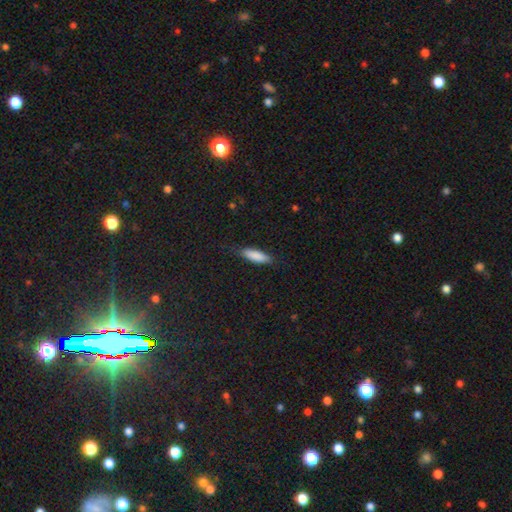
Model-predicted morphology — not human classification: Q: Smooth or featured?
A: smooth (85%); runner-up: featured or disk (9%)
Q: How rounded?
A: in between (51%); runner-up: cigar-shaped (48%)
Q: Merging?
A: none (81%); runner-up: minor disturbance (15%)